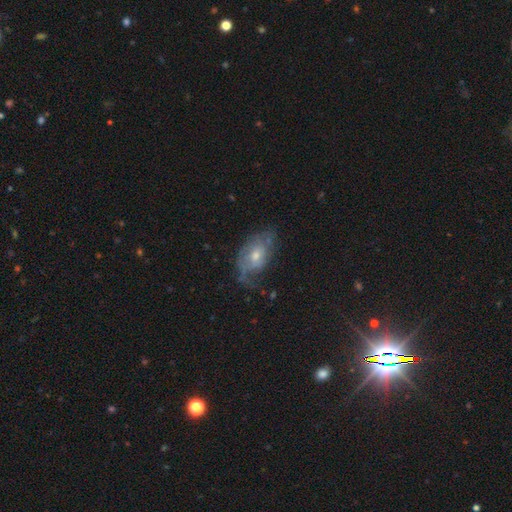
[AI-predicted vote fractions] smooth_or_featured: featured or disk (p=0.60) [alt: smooth p=0.31]
disk_edge_on: no (p=0.93) [alt: yes p=0.07]
bar: no (p=0.73) [alt: weak p=0.23]
has_spiral_arms: yes (p=0.70) [alt: no p=0.30]
bulge_size: moderate (p=0.54) [alt: small p=0.39]
merging: none (p=0.47) [alt: minor disturbance p=0.29]